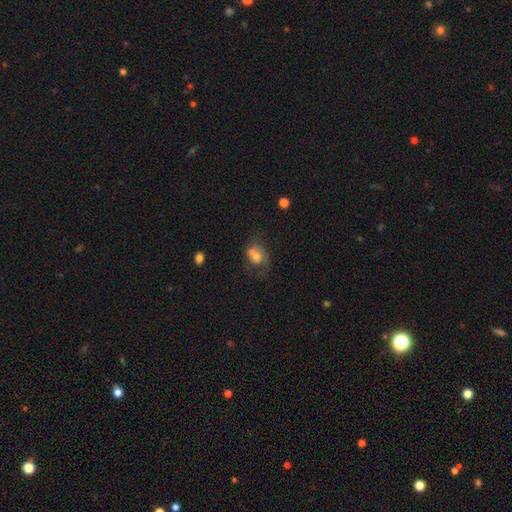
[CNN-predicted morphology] Overall: smooth (50%; featured or disk 39%). Merging: merger (32%; none 30%).